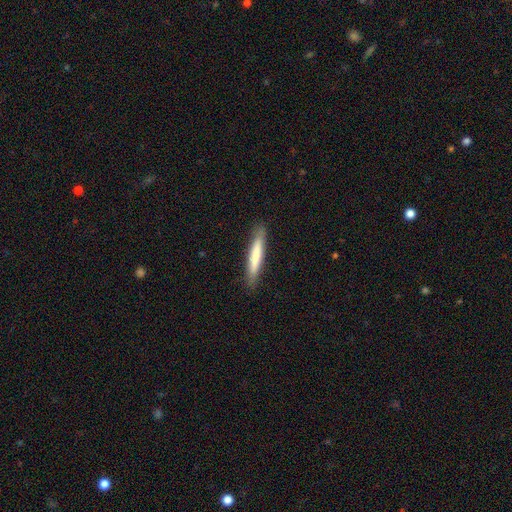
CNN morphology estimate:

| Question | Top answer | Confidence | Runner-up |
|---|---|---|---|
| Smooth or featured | smooth | 72% | featured or disk (23%) |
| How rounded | cigar-shaped | 93% | in between (5%) |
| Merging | none | 88% | minor disturbance (9%) |